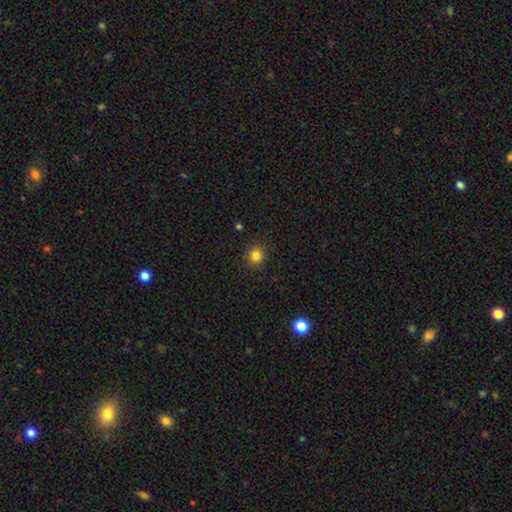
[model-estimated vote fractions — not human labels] A smooth galaxy with no disk features (83%) that is round (86%). Merging: none (89%).